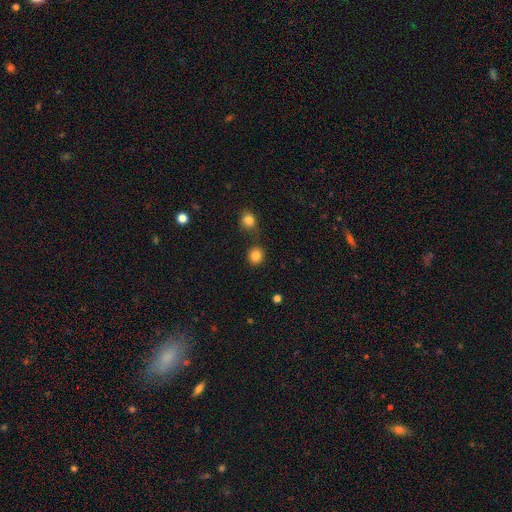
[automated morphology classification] Smooth or featured? Predicted: smooth (p=0.84). How rounded? Predicted: round (p=0.87). Merging? Predicted: none (p=0.81).